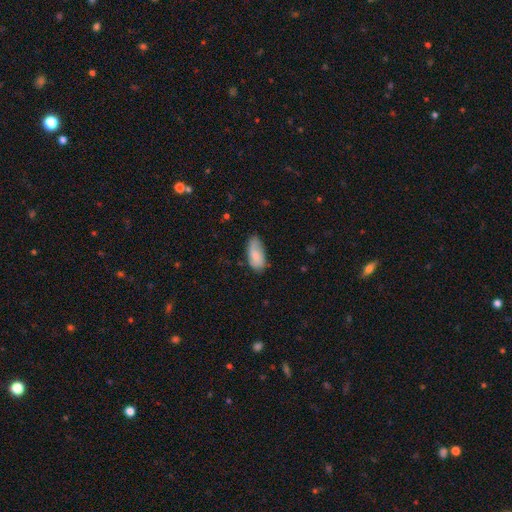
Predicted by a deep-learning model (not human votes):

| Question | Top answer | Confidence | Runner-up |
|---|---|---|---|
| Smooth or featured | smooth | 82% | featured or disk (12%) |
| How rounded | in between | 90% | cigar-shaped (8%) |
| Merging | none | 64% | minor disturbance (27%) |